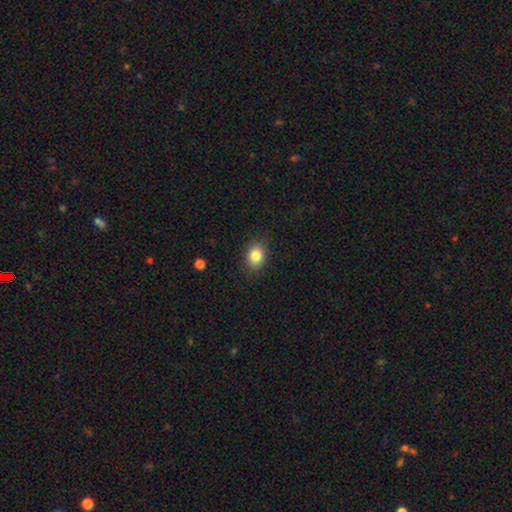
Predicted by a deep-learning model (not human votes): This appears to be a smooth galaxy with no disk features (84%) that is in between round and cigar-shaped (58%). Merging: none (87%).